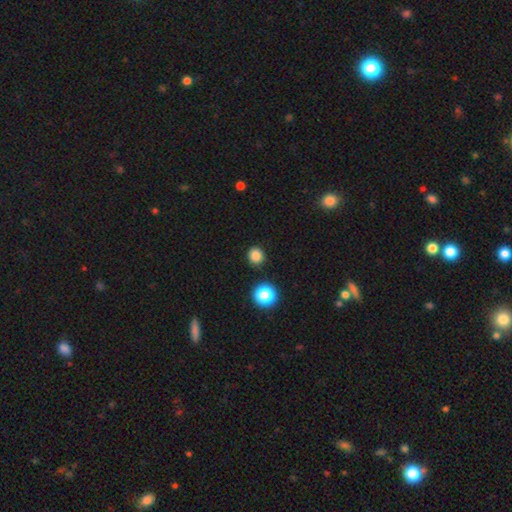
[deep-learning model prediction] smooth 83%, star or artifact 14%, featured or disk 3%. Down the decision tree: how rounded — round (86%); merging — none (89%).